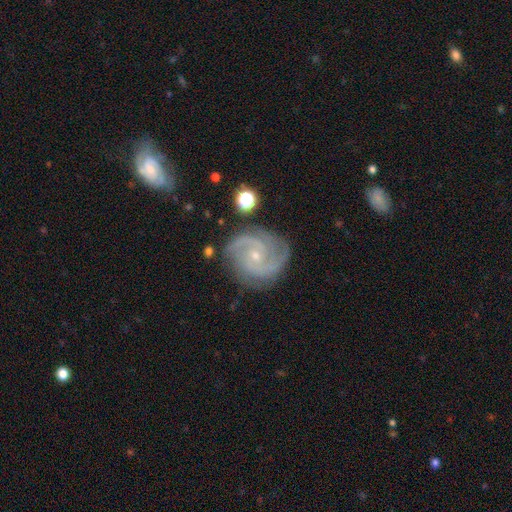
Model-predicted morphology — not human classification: Overall: featured or disk (90%). Edge-on disk: no (98%). Bar: no (66%; weak 27%). Spiral arms: yes (98%). Spiral arm count: 2 (51%; 3 26%). Spiral winding: medium (46%; tight 44%). Bulge size: small (78%). Merging: none (76%).